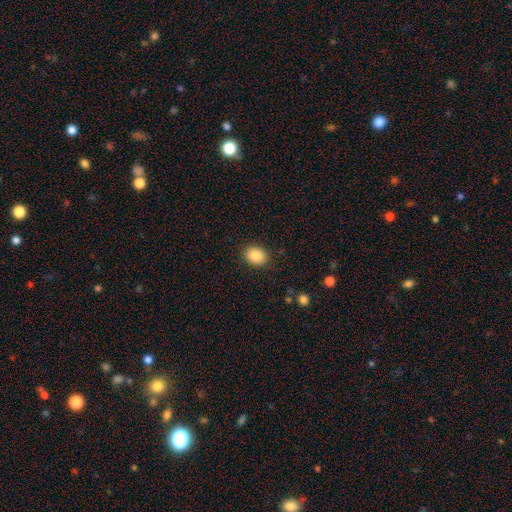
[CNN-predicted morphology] Smooth or featured: smooth — 88% (star or artifact — 8%)
How rounded: in between — 62% (round — 37%)
Merging: none — 88% (minor disturbance — 8%)